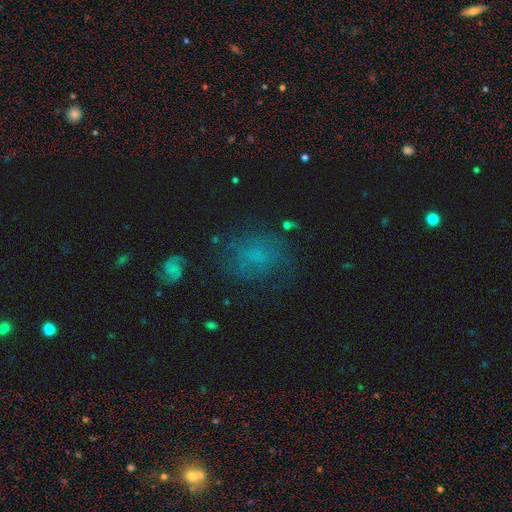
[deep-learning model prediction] This is possibly a smooth galaxy (51%). How rounded: possibly round (49%, tied with in between). Merging: likely none (62%).